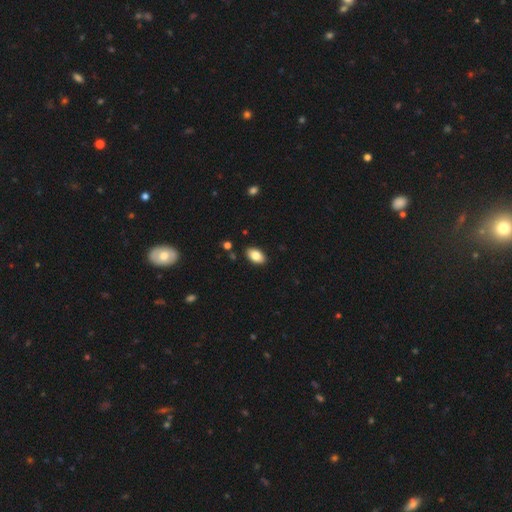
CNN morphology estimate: The model was most divided on "smooth or featured": smooth: 83%, featured or disk: 9%, star or artifact: 8%. More confident: how rounded — in between (93%); merging — none (88%).